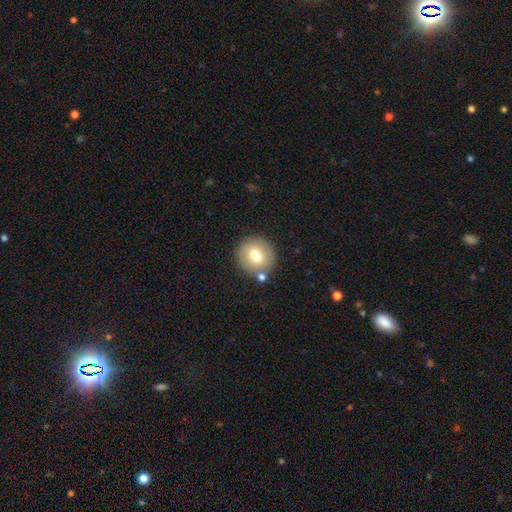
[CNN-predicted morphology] Smooth or featured? smooth (73%)
How rounded? round (90%)
Merging? none (79%)